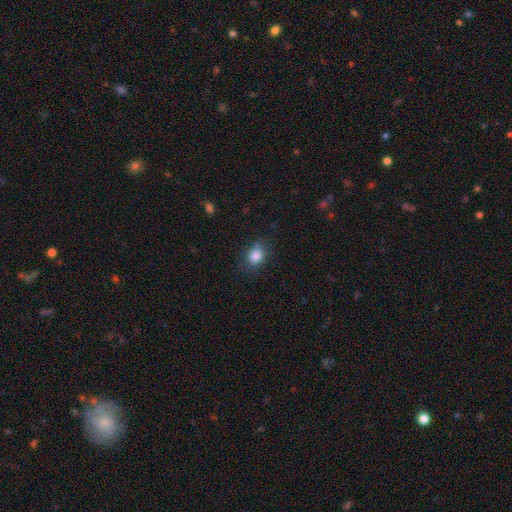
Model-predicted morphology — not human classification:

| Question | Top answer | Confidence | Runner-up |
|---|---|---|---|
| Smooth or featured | smooth | 85% | star or artifact (10%) |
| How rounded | round | 54% | in between (45%) |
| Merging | none | 77% | minor disturbance (17%) |